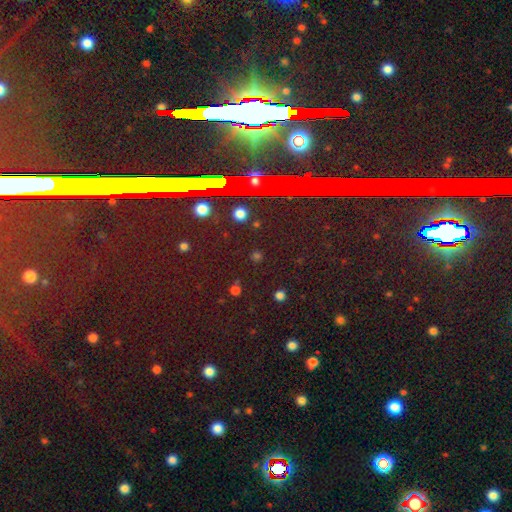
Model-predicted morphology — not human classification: Smooth or featured? star or artifact (84%)